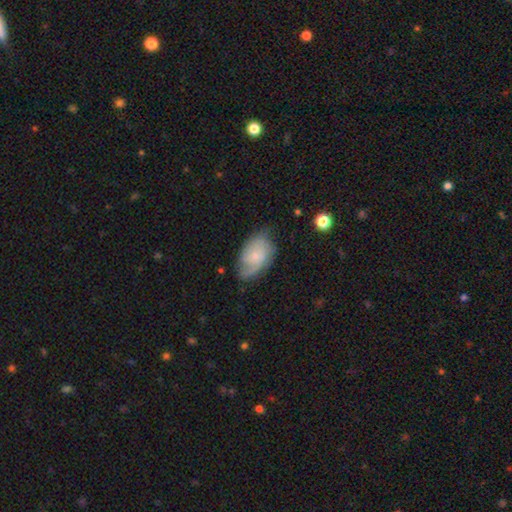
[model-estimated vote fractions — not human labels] This is likely a featured or disk galaxy (61%). It is clearly not viewed edge-on (96%). Bar: likely no (74%). Spiral arm pattern: clearly yes (89%). Spiral arm count: marginally 2 (41%). Spiral winding: marginally medium (40%, tied with tight). Central bulge: likely small (73%). Merging: likely none (63%).